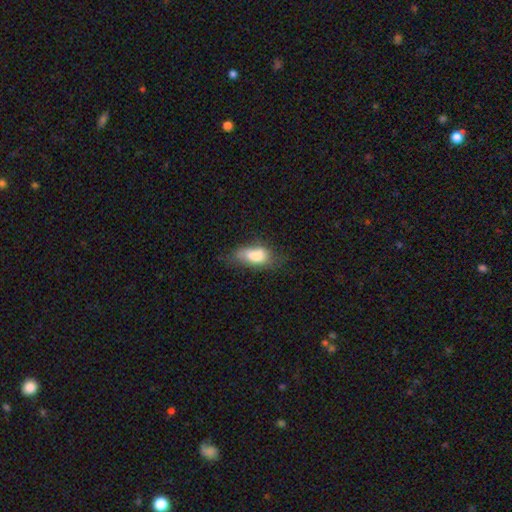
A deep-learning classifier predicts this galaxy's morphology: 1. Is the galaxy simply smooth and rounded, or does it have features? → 73% smooth, 19% featured or disk, 8% star or artifact.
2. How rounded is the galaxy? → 87% in between, 7% cigar-shaped, 5% round.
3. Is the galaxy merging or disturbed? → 41% none, 35% minor disturbance, 18% major disturbance, 5% merger.